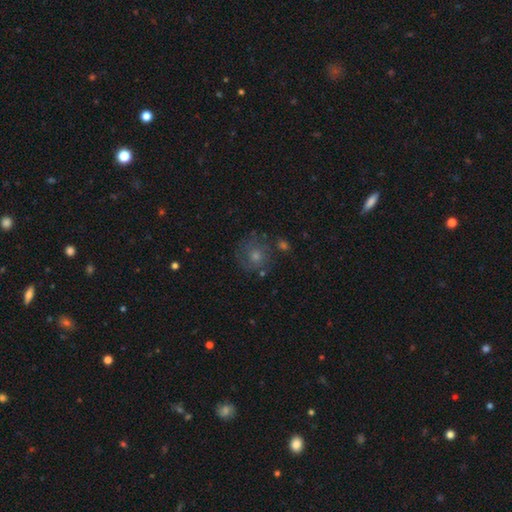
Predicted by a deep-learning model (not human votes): Q: Smooth or featured?
A: featured or disk (39%); runner-up: smooth (37%)
Q: Merging?
A: none (75%); runner-up: minor disturbance (14%)